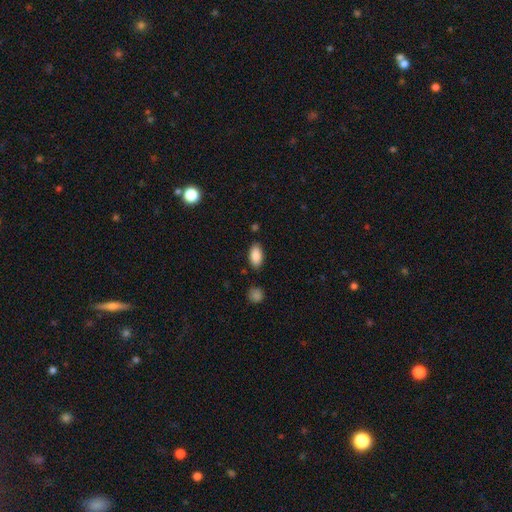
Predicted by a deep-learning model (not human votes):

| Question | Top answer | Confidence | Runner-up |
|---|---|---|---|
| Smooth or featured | smooth | 88% | star or artifact (7%) |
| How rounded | in between | 92% | cigar-shaped (5%) |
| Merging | none | 84% | minor disturbance (11%) |